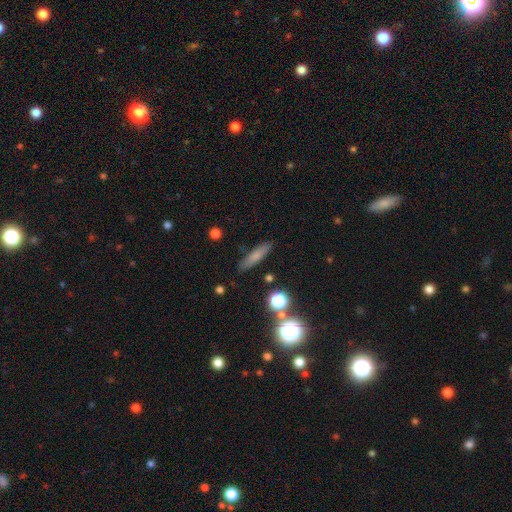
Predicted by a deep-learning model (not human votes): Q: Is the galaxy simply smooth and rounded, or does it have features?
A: smooth — 70%.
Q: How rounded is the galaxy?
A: cigar-shaped — 79%.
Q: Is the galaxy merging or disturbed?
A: none — 86%.